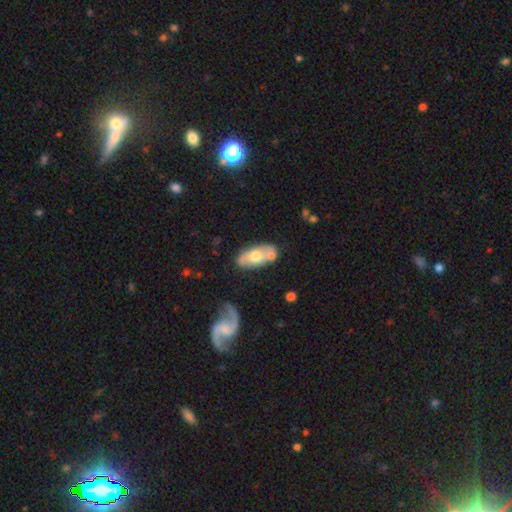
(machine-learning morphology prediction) Smooth or featured? Predicted: smooth (p=0.50). How rounded? Predicted: in between (p=0.88). Merging? Predicted: none (p=0.60).